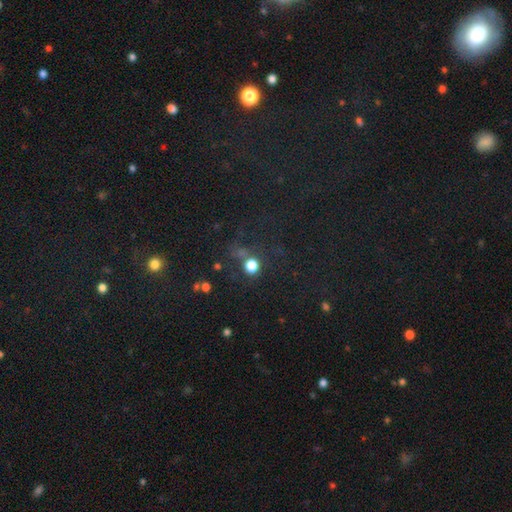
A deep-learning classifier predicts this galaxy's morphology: type=star or artifact (63%).